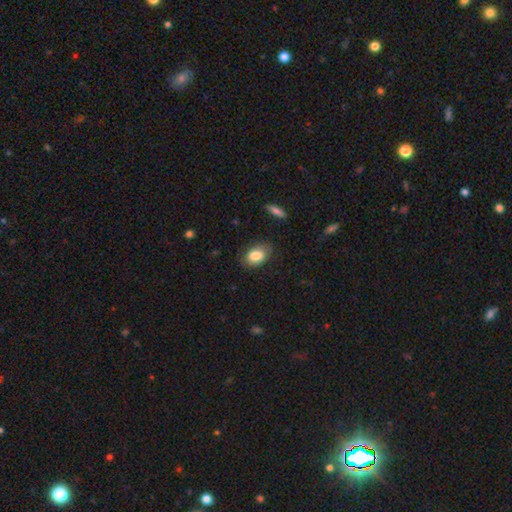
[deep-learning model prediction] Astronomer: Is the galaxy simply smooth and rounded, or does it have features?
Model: smooth — 84%.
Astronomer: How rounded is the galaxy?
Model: in between — 89%.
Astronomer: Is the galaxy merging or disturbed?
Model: none — 77%.